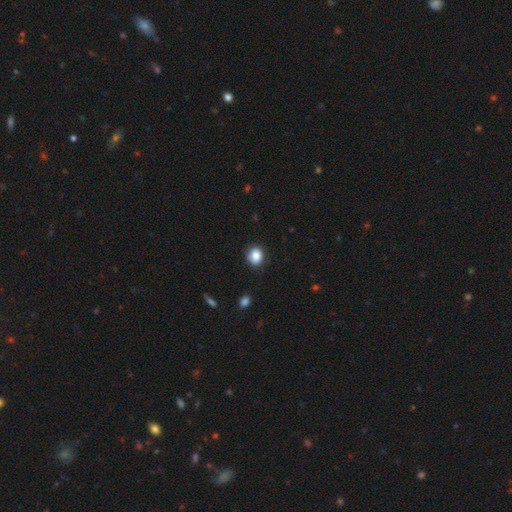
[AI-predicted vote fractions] A smooth galaxy with no disk features (86%) that is round (65%).

Vote fractions:
- Smooth or featured? smooth: 86% / star or artifact: 9% / featured or disk: 5%
- How rounded? round: 65% / in between: 34% / cigar-shaped: 1%
- Merging? none: 86% / minor disturbance: 11% / major disturbance: 2% / merger: 1%